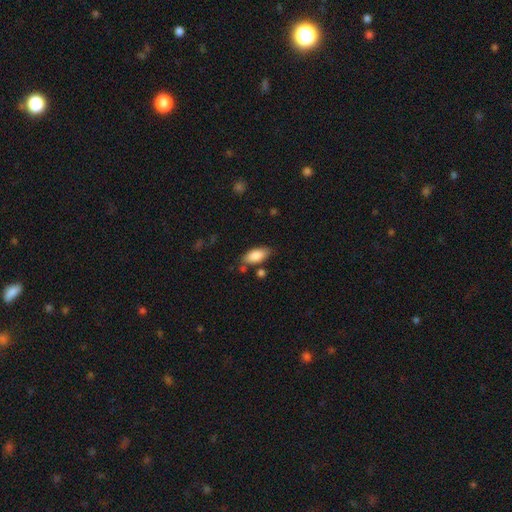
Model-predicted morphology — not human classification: type=smooth (86%); roundness=in between (89%); merging=none (75%).